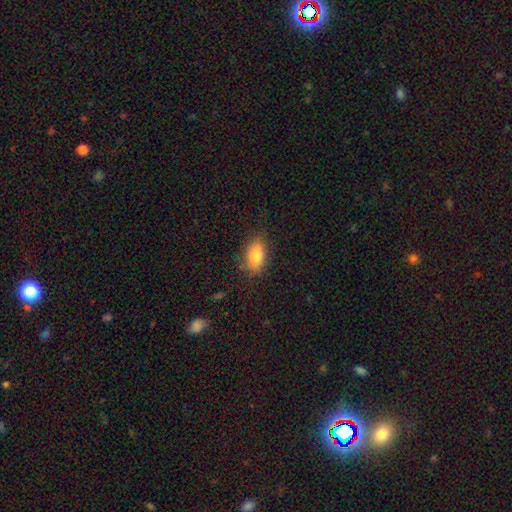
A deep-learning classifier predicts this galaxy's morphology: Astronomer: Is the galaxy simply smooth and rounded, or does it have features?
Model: smooth — 82%.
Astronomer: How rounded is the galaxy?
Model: in between — 88%.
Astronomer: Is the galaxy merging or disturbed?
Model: none — 80%.